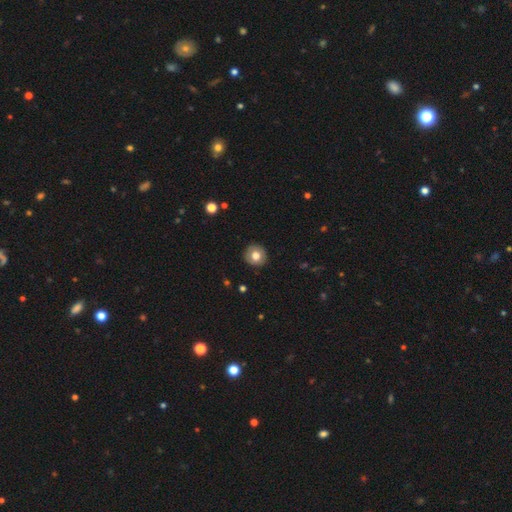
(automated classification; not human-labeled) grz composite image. It shows a smooth galaxy with no disk features (75%) that is round (91%). Merging: none (90%).